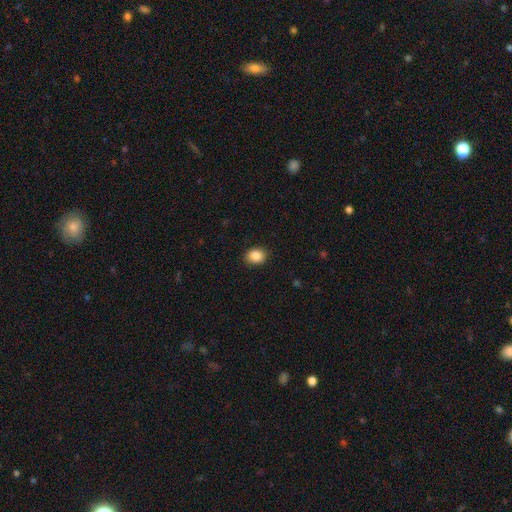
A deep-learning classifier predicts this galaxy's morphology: Smooth or featured? smooth (88%)
How rounded? round (52%)
Merging? none (89%)